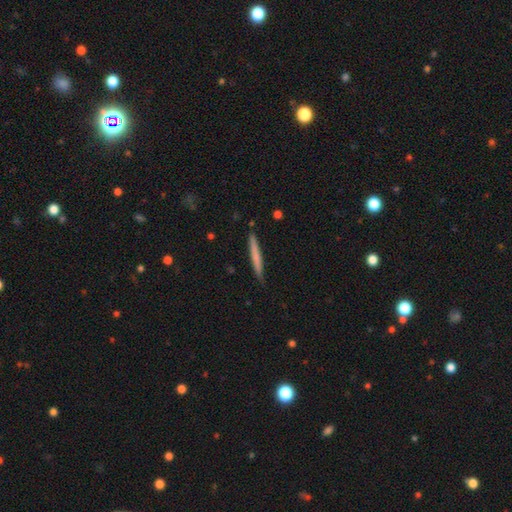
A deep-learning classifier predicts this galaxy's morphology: This appears to be a smooth galaxy with no disk features (65%) that is cigar-shaped (97%). Merging: none (88%).